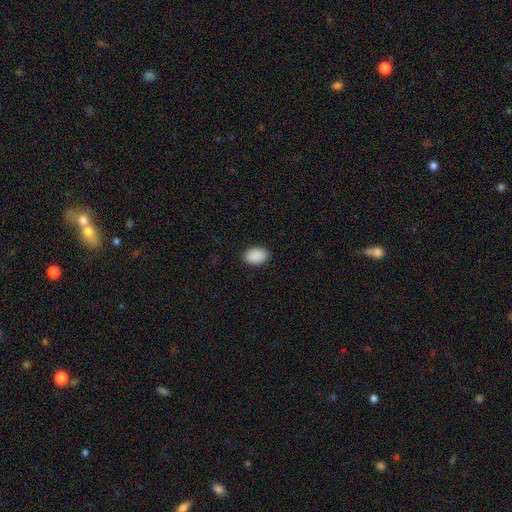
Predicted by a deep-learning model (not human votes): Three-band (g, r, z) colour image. It shows a smooth galaxy with no disk features (91%) that is in between round and cigar-shaped (87%). Merging: none (90%).